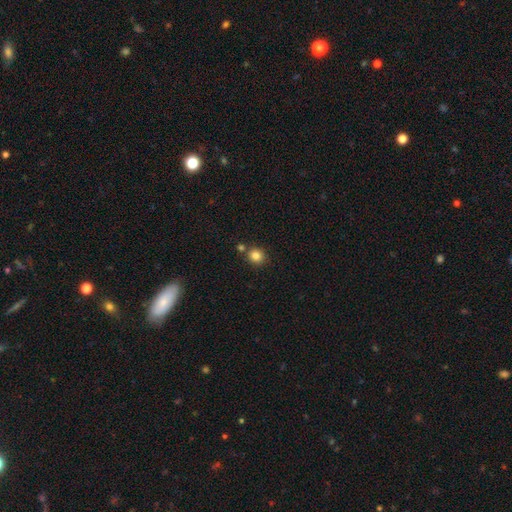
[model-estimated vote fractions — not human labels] A smooth galaxy with no disk features (83%) that is round (82%).

Vote fractions:
- Smooth or featured? smooth: 83% / star or artifact: 11% / featured or disk: 6%
- How rounded? round: 82% / in between: 17% / cigar-shaped: 1%
- Merging? none: 75% / merger: 14% / minor disturbance: 9% / major disturbance: 2%